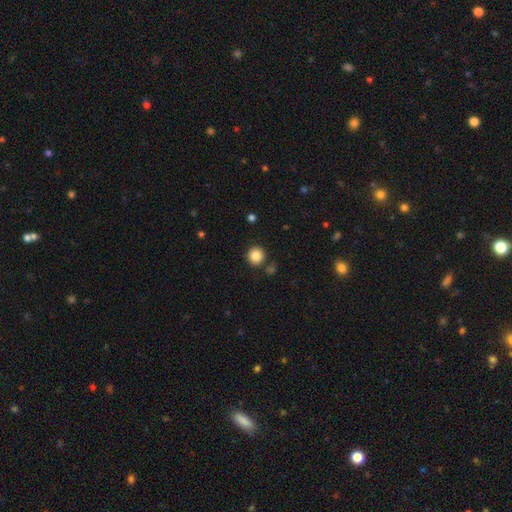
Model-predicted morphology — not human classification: type=smooth (86%); roundness=round (93%); merging=none (88%).